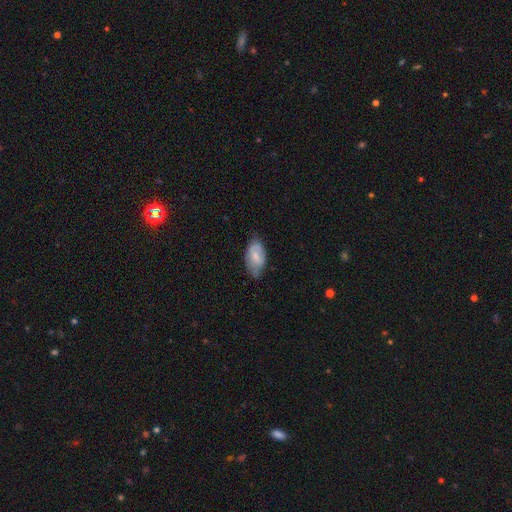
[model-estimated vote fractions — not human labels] smooth_or_featured: smooth (p=0.64) [alt: featured or disk p=0.30]
how_rounded: in between (p=0.93) [alt: round p=0.04]
merging: none (p=0.59) [alt: minor disturbance p=0.33]